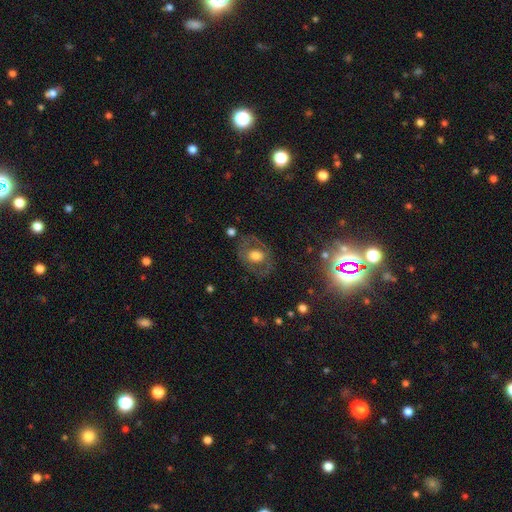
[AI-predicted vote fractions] Overall: smooth (47%; featured or disk 44%). Merging: none (72%).